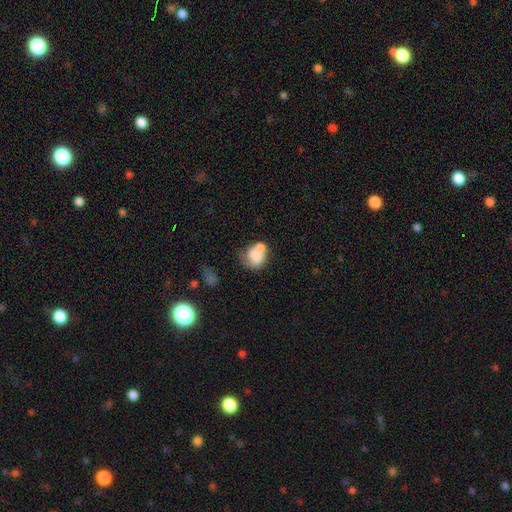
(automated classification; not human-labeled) smooth 70%, featured or disk 22%, star or artifact 9%. Down the decision tree: how rounded — round (57%); merging — merger (47%).